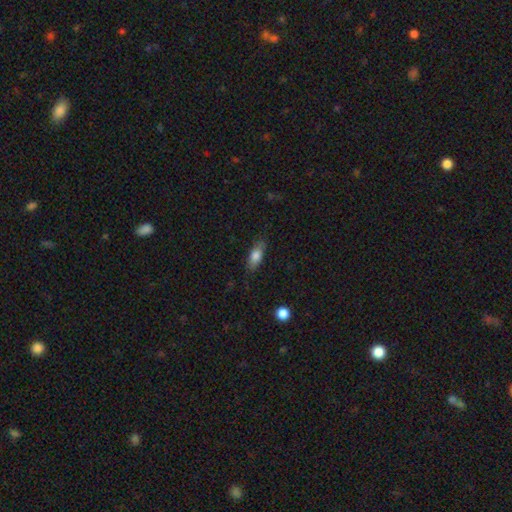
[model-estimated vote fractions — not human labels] Morphology: type=smooth (77%); roundness=in between (76%); merging=none (79%).